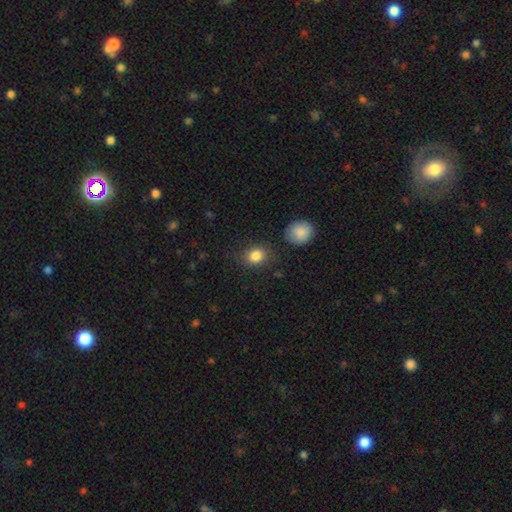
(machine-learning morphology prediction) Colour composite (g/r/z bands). It shows a smooth galaxy with no disk features (84%) that is round (61%). Merging: none (80%).